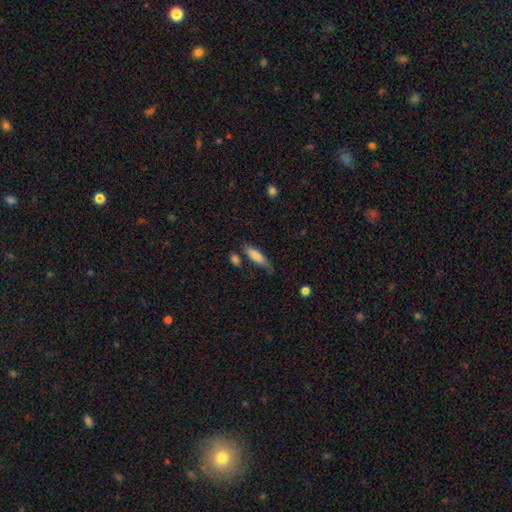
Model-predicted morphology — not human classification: This is likely a smooth galaxy (78%). How rounded: possibly cigar-shaped (58%). Merging: likely none (64%).